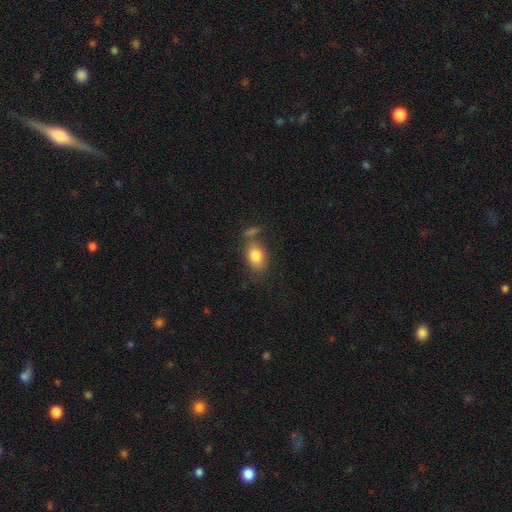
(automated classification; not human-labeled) Overall: smooth (81%). How rounded: in between (81%). Merging: none (62%).